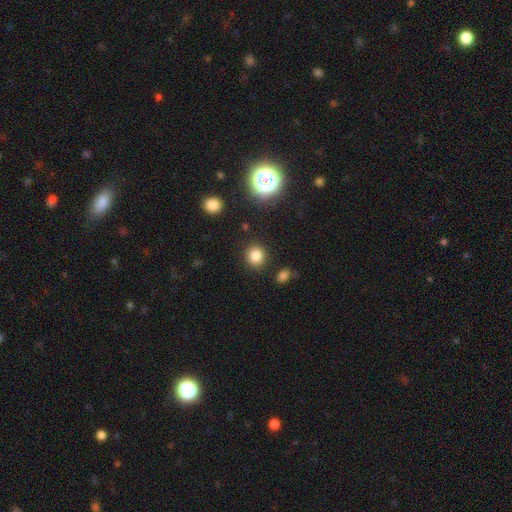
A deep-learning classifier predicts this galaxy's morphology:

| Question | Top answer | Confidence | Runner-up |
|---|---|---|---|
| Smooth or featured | smooth | 81% | star or artifact (14%) |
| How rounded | round | 84% | in between (15%) |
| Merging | none | 87% | minor disturbance (7%) |